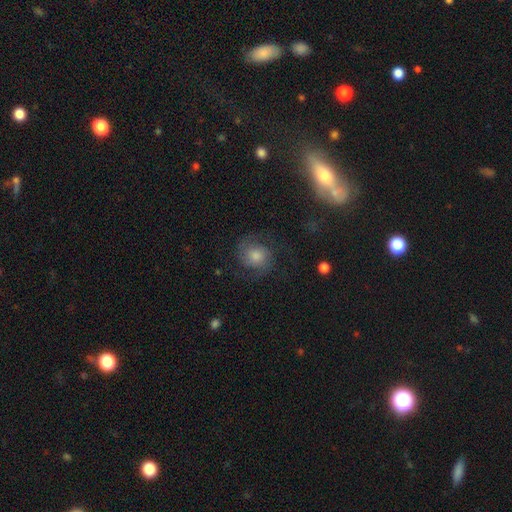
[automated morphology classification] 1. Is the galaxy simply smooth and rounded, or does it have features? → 65% featured or disk, 21% smooth, 14% star or artifact.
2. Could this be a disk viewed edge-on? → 97% no, 3% yes.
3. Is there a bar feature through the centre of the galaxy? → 70% no, 25% weak, 5% strong.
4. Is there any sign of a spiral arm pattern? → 94% yes, 6% no.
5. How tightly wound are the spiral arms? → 49% medium, 35% tight, 16% loose.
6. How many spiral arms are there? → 73% 2, 11% can't tell, 7% 3, 3% 1, 2% 4, 2% more than 4.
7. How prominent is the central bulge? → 52% moderate, 23% small, 17% large, 5% none, 3% dominant.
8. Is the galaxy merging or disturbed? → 75% none, 14% minor disturbance, 9% major disturbance, 2% merger.